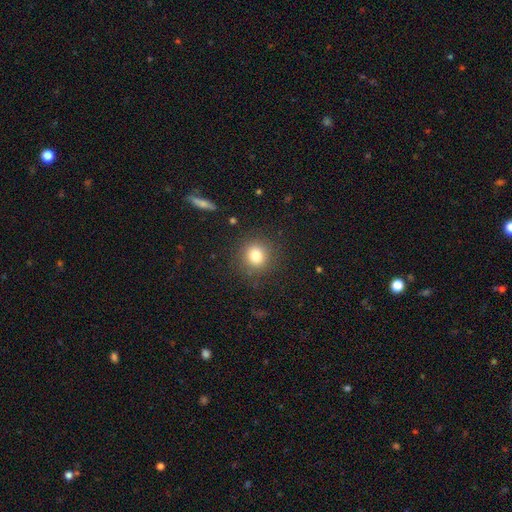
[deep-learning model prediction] This appears to be a smooth galaxy with no disk features (80%) that is round (88%). Merging: none (87%).